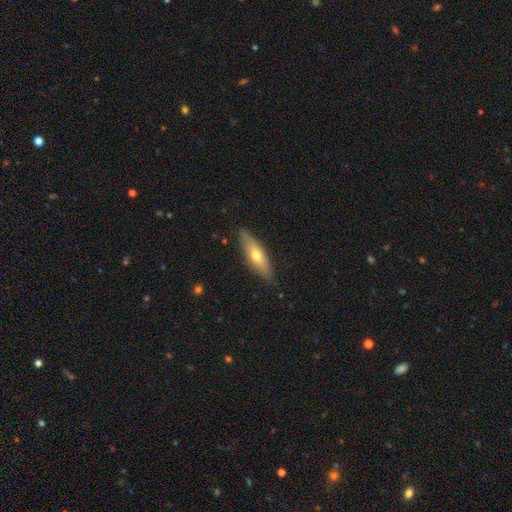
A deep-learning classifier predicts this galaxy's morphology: Smooth or featured?
  - smooth: 53% *
  - featured or disk: 41%
  - star or artifact: 6%
How rounded?
  - cigar-shaped: 57% *
  - in between: 40%
  - round: 2%
Merging?
  - none: 85% *
  - minor disturbance: 11%
  - major disturbance: 2%
  - merger: 1%